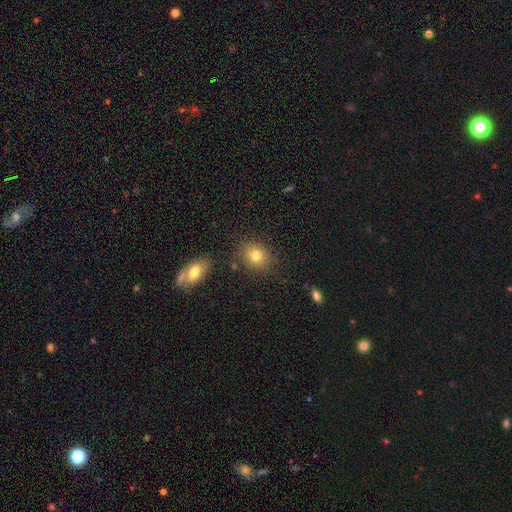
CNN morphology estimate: A smooth galaxy with no disk features (79%) that is round (58%).

Vote fractions:
- Smooth or featured? smooth: 79% / star or artifact: 12% / featured or disk: 10%
- How rounded? round: 58% / in between: 41% / cigar-shaped: 1%
- Merging? none: 81% / minor disturbance: 11% / merger: 5% / major disturbance: 3%